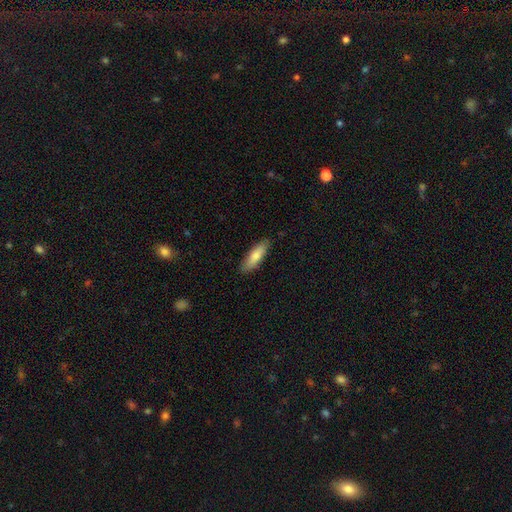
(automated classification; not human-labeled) Overall: smooth (76%). How rounded: cigar-shaped (58%; in between 40%). Merging: none (86%).